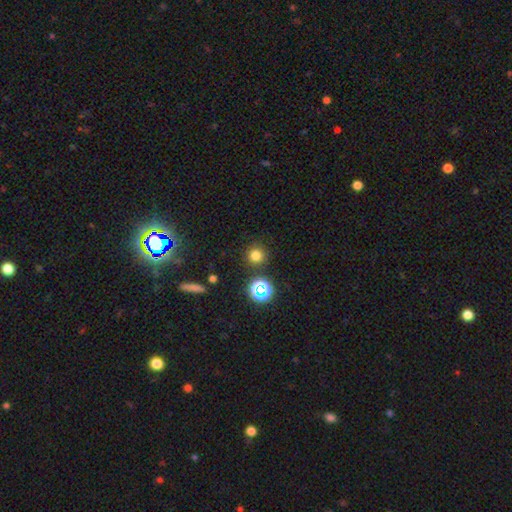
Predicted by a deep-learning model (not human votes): Overall: smooth (74%). How rounded: round (94%). Merging: none (88%).